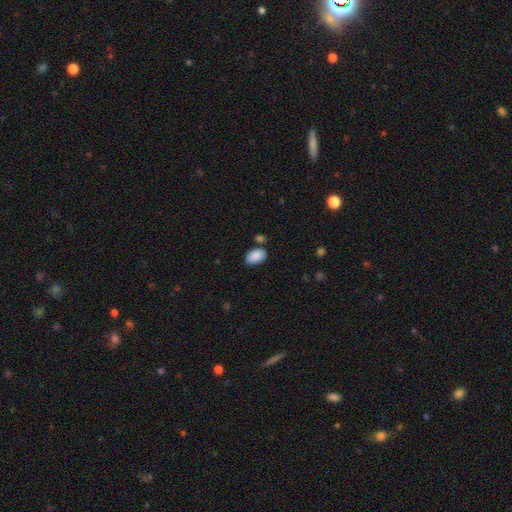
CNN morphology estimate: smooth-or-featured: smooth: 89% | star or artifact: 7% | featured or disk: 5%
  how-rounded: in between: 92% | round: 7% | cigar-shaped: 1%
  merging: none: 71% | minor disturbance: 17% | merger: 8% | major disturbance: 4%